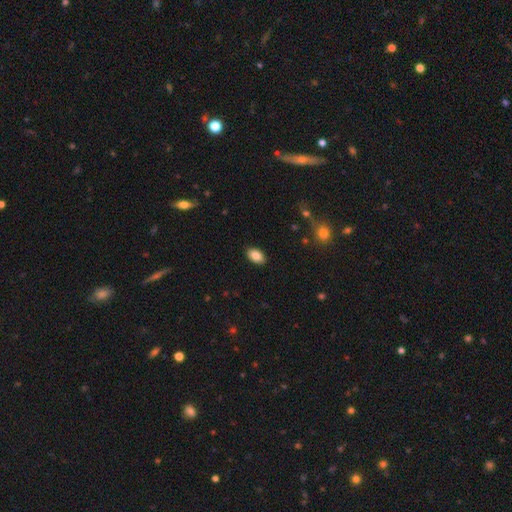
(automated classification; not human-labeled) Morphology: type=smooth (85%); roundness=in between (93%); merging=none (90%).